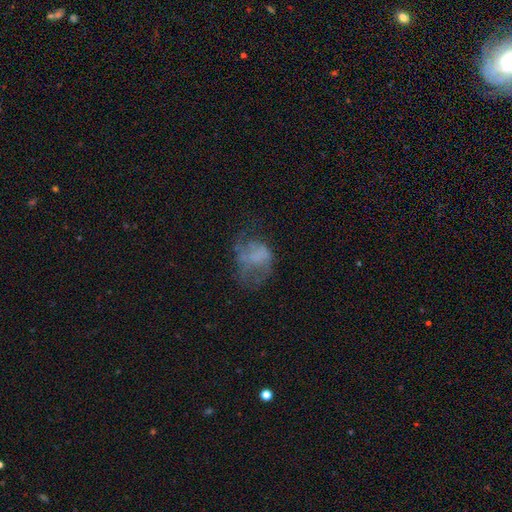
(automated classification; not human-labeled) Smooth or featured: smooth — 43% (featured or disk — 42%)
Merging: major disturbance — 43% (none — 31%)